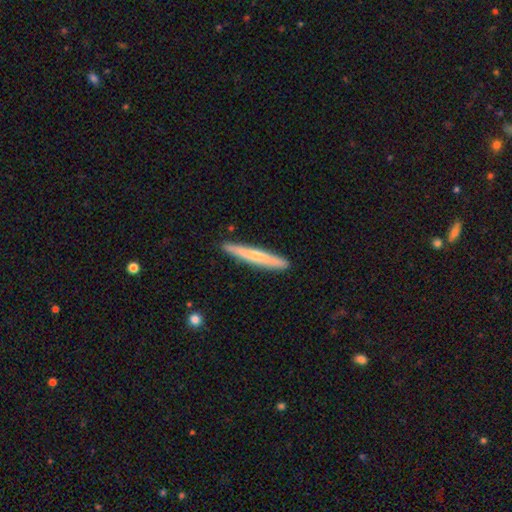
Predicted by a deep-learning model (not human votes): Morphology: type=smooth (55%); roundness=cigar-shaped (95%); merging=none (89%).